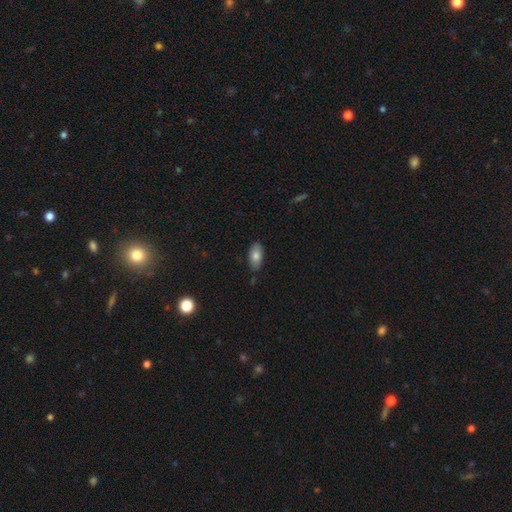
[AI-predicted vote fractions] smooth_or_featured: smooth (p=0.78) [alt: featured or disk p=0.15]
how_rounded: in between (p=0.92) [alt: cigar-shaped p=0.05]
merging: none (p=0.82) [alt: minor disturbance p=0.14]